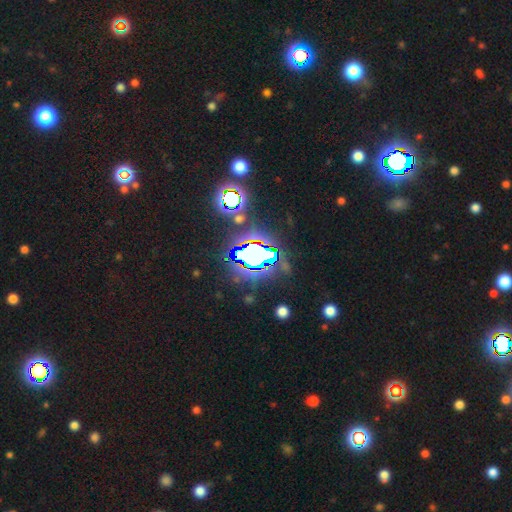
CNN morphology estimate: smooth_or_featured: star or artifact (p=0.73) [alt: smooth p=0.15]